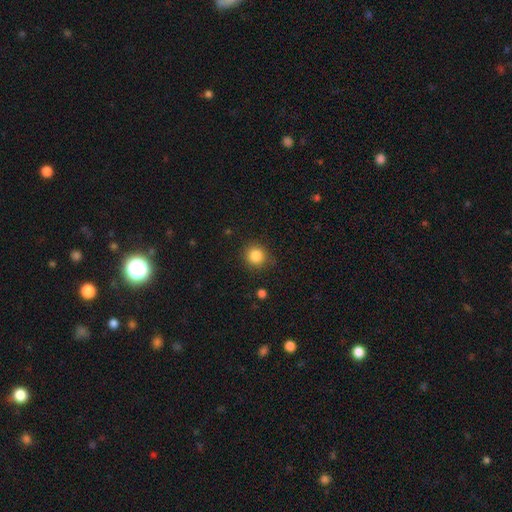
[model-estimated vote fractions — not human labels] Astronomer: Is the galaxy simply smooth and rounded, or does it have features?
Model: smooth — 85%.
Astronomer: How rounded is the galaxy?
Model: round — 91%.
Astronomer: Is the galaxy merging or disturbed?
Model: none — 86%.